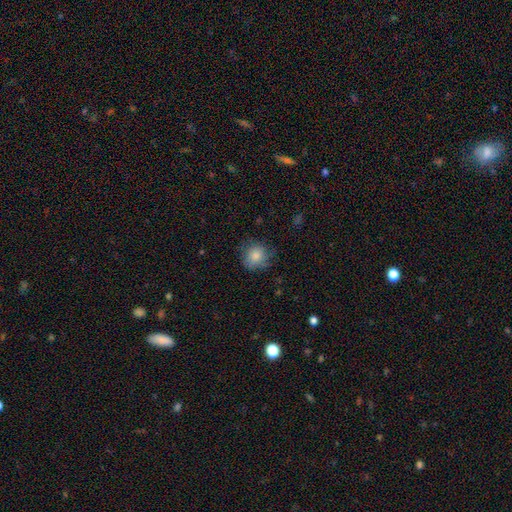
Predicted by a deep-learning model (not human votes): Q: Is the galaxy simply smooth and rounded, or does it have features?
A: smooth — 83%.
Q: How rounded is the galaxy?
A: round — 85%.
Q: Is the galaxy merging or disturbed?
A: none — 70%.